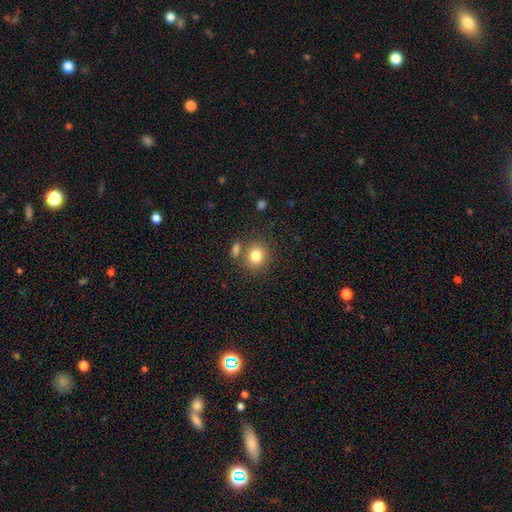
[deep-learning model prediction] Morphology: type=smooth (81%); roundness=round (77%); merging=none (71%).